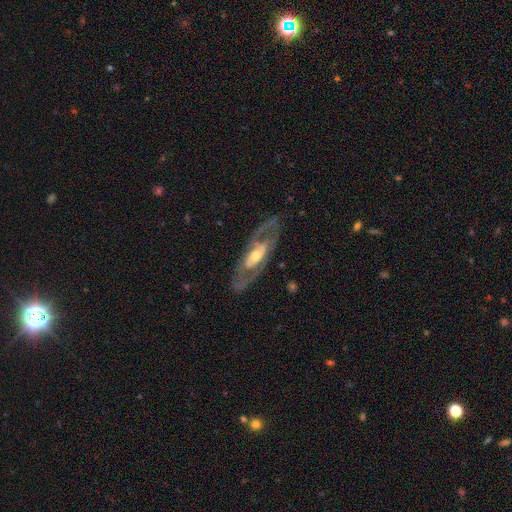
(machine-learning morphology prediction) The model was most divided on "bar": no: 49%, weak: 30%, strong: 21%. More confident: edge-on disk — no (82%); smooth or featured — featured or disk (79%); merging — none (77%); bulge size — moderate (61%); spiral arms — yes (60%).